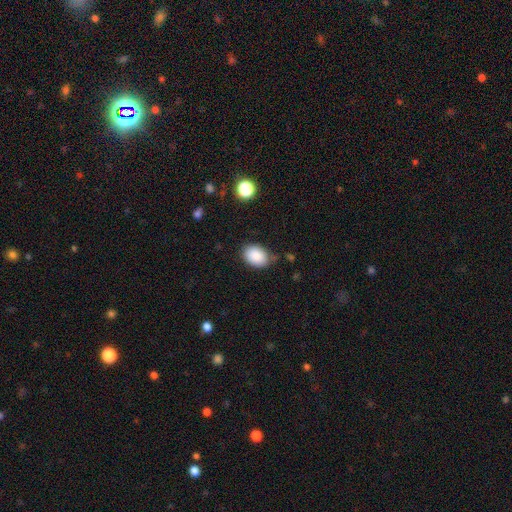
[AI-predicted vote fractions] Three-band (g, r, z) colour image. It shows a smooth galaxy with no disk features (88%) that is in between round and cigar-shaped (76%). Merging: none (73%).